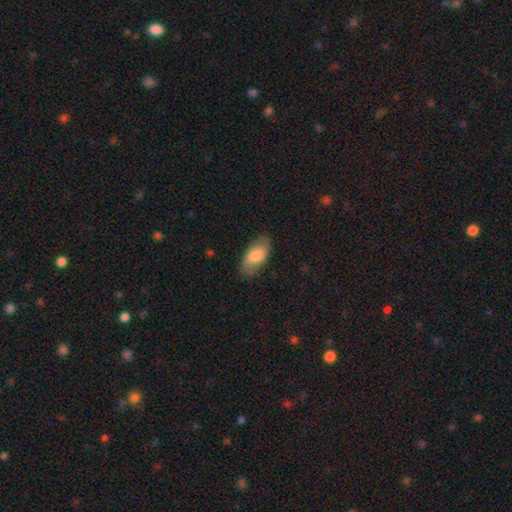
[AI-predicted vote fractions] Smooth or featured: smooth — 78% (featured or disk — 16%)
How rounded: in between — 92% (cigar-shaped — 5%)
Merging: none — 81% (minor disturbance — 14%)